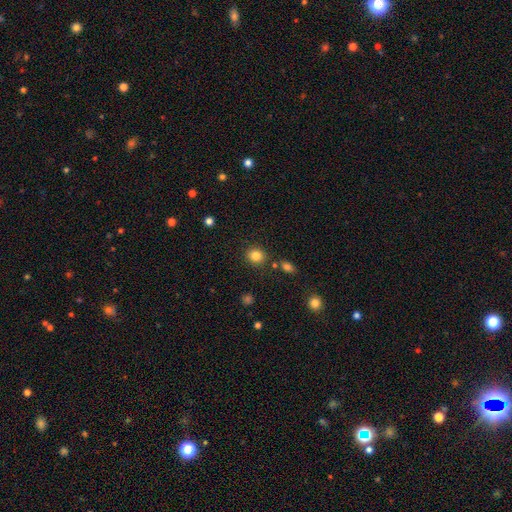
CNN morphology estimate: This is clearly a smooth galaxy (84%). How rounded: likely round (78%). Merging: clearly none (84%).